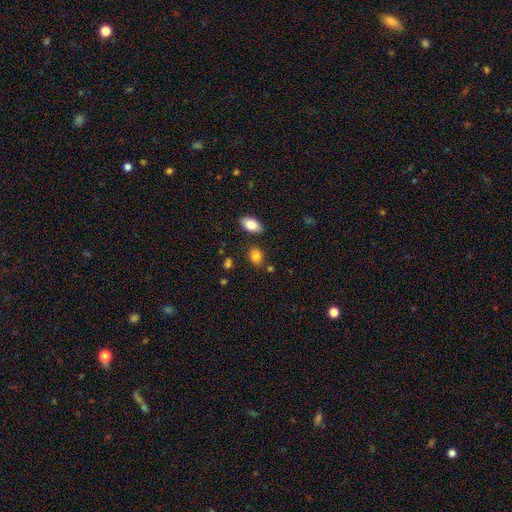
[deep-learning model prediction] A smooth galaxy with no disk features (85%) that is in between round and cigar-shaped (63%). Merging: none (78%).